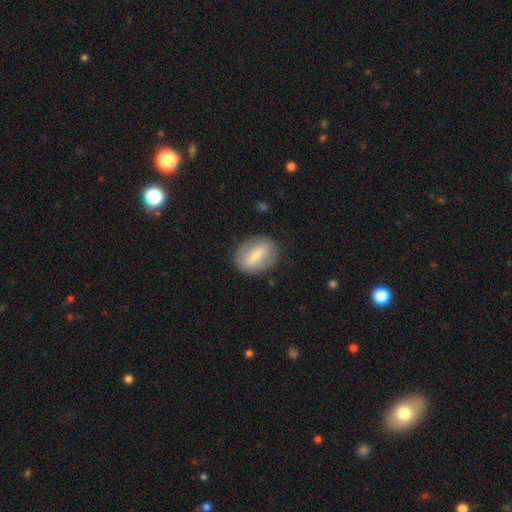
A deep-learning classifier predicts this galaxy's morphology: A smooth galaxy with no disk features (50%) that is in between round and cigar-shaped (67%).

Vote fractions:
- Smooth or featured? smooth: 50% / featured or disk: 43% / star or artifact: 6%
- How rounded? in between: 67% / round: 31% / cigar-shaped: 3%
- Merging? none: 84% / minor disturbance: 11% / major disturbance: 4% / merger: 1%